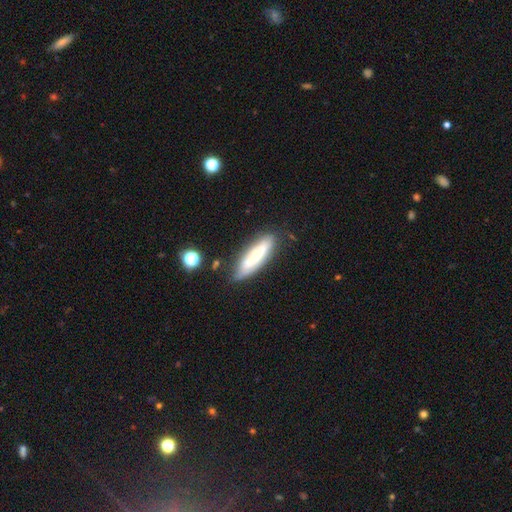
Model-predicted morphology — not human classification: Smooth or featured? smooth (53%)
How rounded? cigar-shaped (64%)
Merging? none (76%)